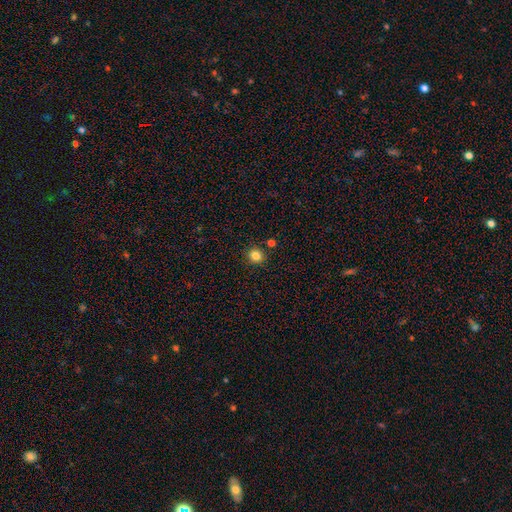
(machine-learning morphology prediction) This is clearly a smooth galaxy (83%). How rounded: clearly round (86%). Merging: clearly none (88%).